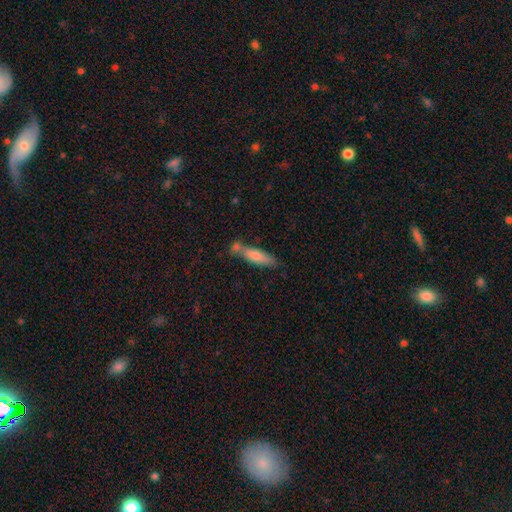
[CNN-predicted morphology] Smooth or featured? Predicted: smooth (p=0.74). How rounded? Predicted: cigar-shaped (p=0.68). Merging? Predicted: none (p=0.52).